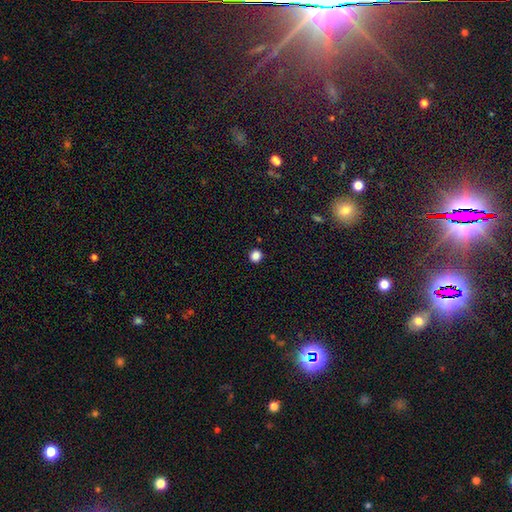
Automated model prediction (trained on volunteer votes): Smooth or featured?
  - smooth: 85% *
  - star or artifact: 12%
  - featured or disk: 3%
How rounded?
  - round: 91% *
  - in between: 8%
  - cigar-shaped: 1%
Merging?
  - none: 92% *
  - minor disturbance: 5%
  - major disturbance: 2%
  - merger: 1%